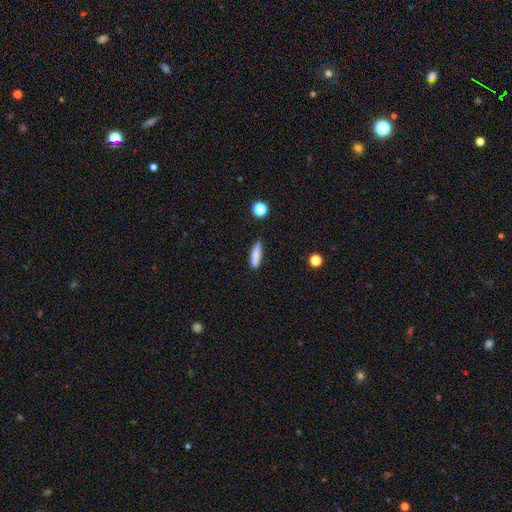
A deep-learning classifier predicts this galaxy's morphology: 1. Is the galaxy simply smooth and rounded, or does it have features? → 84% smooth, 8% featured or disk, 8% star or artifact.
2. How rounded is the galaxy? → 67% cigar-shaped, 30% in between, 2% round.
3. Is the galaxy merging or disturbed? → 75% none, 19% minor disturbance, 4% major disturbance, 3% merger.